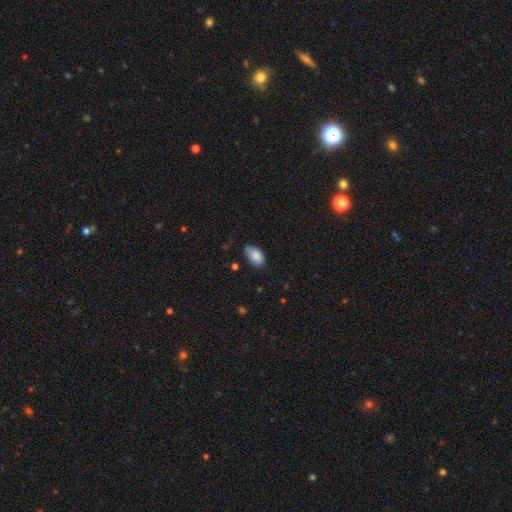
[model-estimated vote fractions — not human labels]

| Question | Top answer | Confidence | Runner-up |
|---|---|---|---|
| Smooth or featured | smooth | 85% | featured or disk (8%) |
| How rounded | in between | 93% | round (6%) |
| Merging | none | 62% | minor disturbance (32%) |